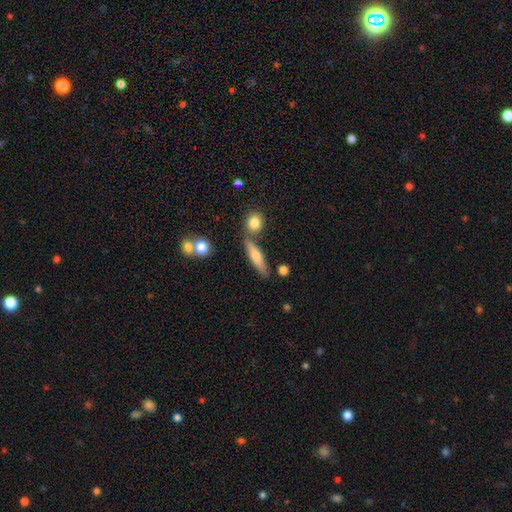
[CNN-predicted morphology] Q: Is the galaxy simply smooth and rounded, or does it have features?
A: smooth — 49%.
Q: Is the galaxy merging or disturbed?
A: none — 73%.